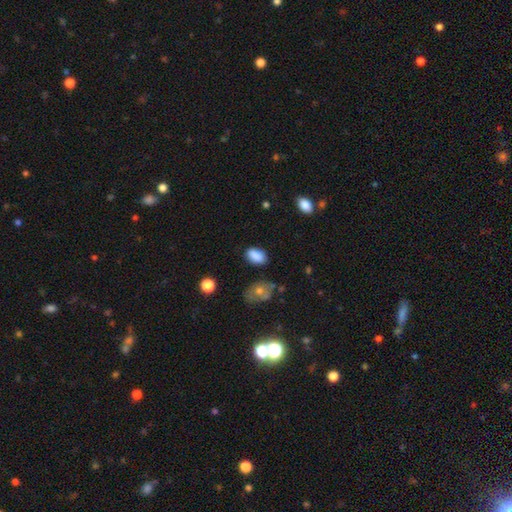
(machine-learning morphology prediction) A smooth galaxy with no disk features (86%) that is in between round and cigar-shaped (90%).

Vote fractions:
- Smooth or featured? smooth: 86% / star or artifact: 8% / featured or disk: 6%
- How rounded? in between: 90% / round: 8% / cigar-shaped: 2%
- Merging? none: 76% / minor disturbance: 17% / major disturbance: 4% / merger: 3%